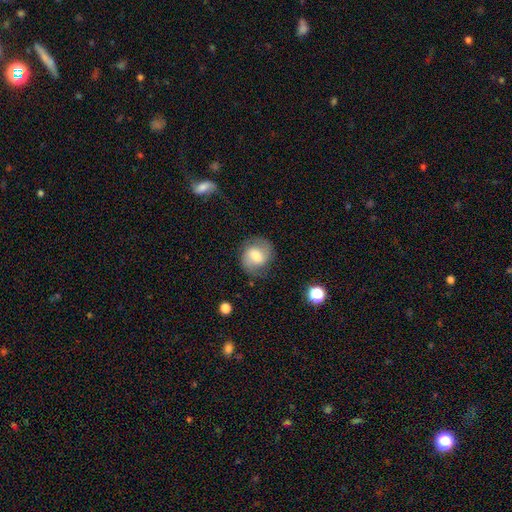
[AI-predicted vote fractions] A featured or disk galaxy (50%).

Vote fractions:
- Smooth or featured? featured or disk: 50% / smooth: 42% / star or artifact: 8%
- Edge-on disk? no: 97% / yes: 3%
- Merging? none: 75% / minor disturbance: 16% / major disturbance: 7% / merger: 2%